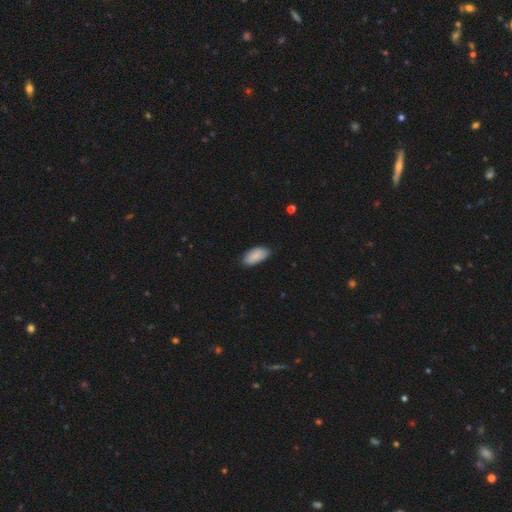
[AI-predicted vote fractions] Morphology: type=smooth (86%); roundness=in between (93%); merging=none (79%).